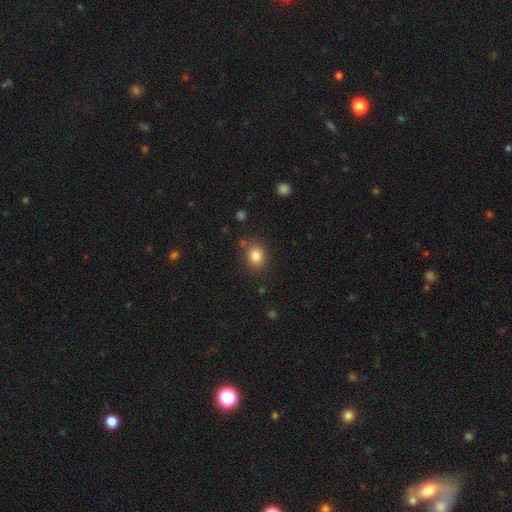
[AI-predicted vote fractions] Smooth or featured: smooth — 84% (star or artifact — 11%)
How rounded: round — 58% (in between — 41%)
Merging: none — 79% (minor disturbance — 13%)